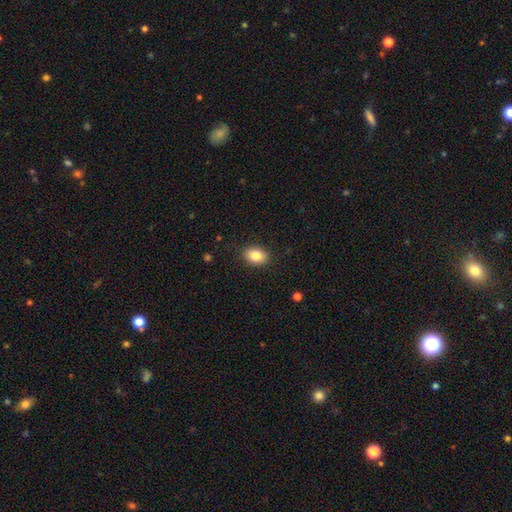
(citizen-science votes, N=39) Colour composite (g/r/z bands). It shows a smooth galaxy with no disk features (95%) that is in between round and cigar-shaped (81%). Merging: none (87%).